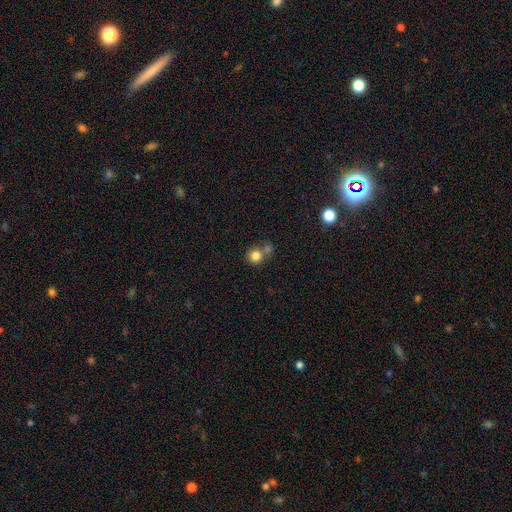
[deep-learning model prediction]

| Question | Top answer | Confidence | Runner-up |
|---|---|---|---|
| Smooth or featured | smooth | 81% | star or artifact (11%) |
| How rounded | round | 91% | in between (8%) |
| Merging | none | 56% | merger (33%) |